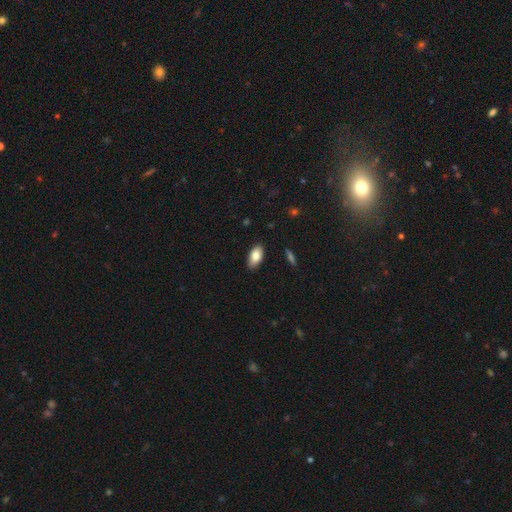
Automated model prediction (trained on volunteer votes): smooth_or_featured: smooth (p=0.83) [alt: featured or disk p=0.10]
how_rounded: in between (p=0.93) [alt: cigar-shaped p=0.04]
merging: none (p=0.87) [alt: minor disturbance p=0.10]